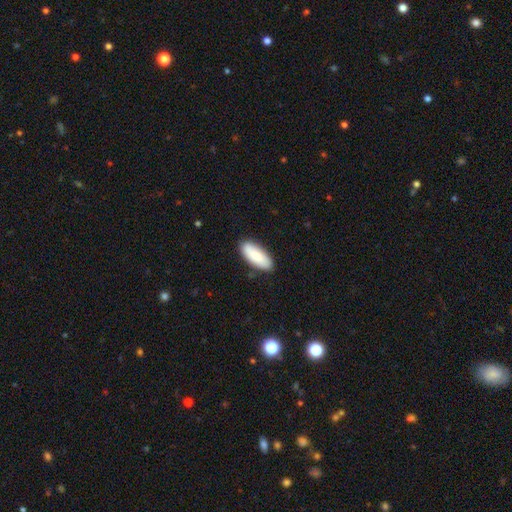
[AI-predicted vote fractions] Morphology: type=smooth (86%); roundness=in between (81%); merging=none (86%).